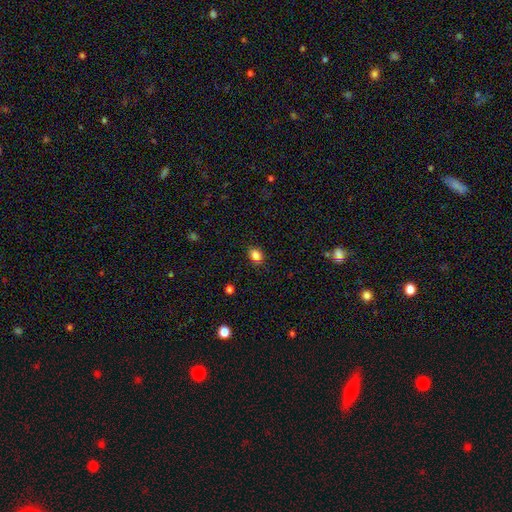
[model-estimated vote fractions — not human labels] Morphology: type=smooth (84%); roundness=in between (61%); merging=none (87%).